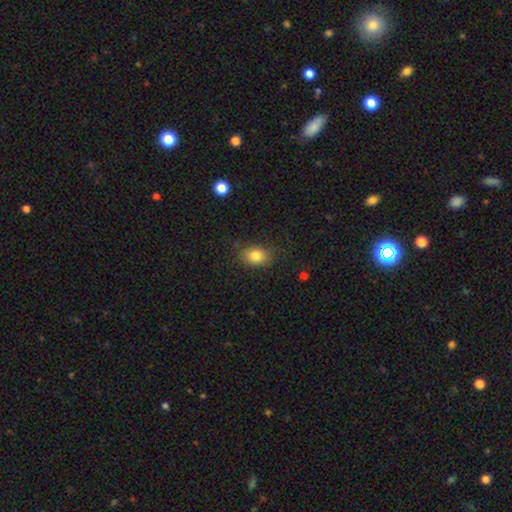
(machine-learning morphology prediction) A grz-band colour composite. It shows a smooth galaxy with no disk features (82%) that is in between round and cigar-shaped (68%). Merging: none (82%).